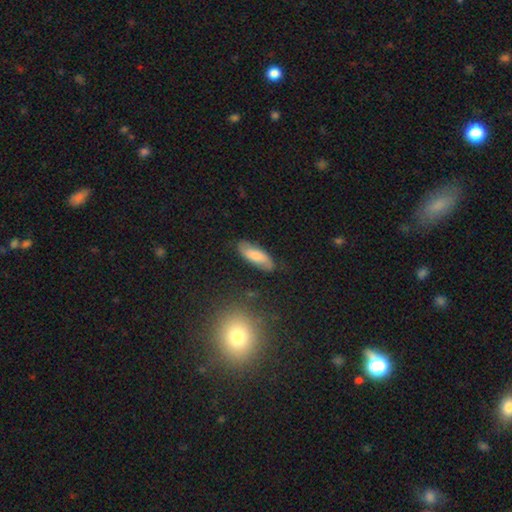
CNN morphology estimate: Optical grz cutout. It shows a smooth galaxy with no disk features (64%) that is in between round and cigar-shaped (72%). Merging: none (78%).